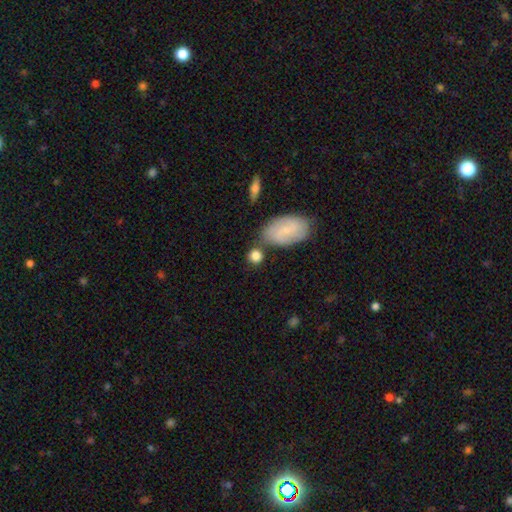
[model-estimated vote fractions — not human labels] Overall: smooth (79%). How rounded: round (76%). Merging: none (63%).